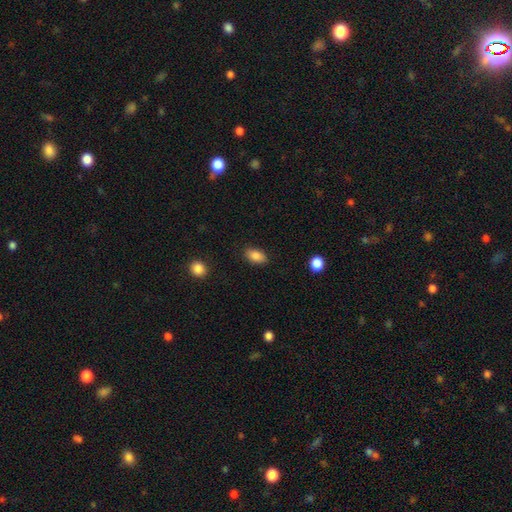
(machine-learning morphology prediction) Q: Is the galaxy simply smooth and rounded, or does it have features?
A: smooth — 87%.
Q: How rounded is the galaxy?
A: in between — 90%.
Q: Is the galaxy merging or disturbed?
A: none — 86%.